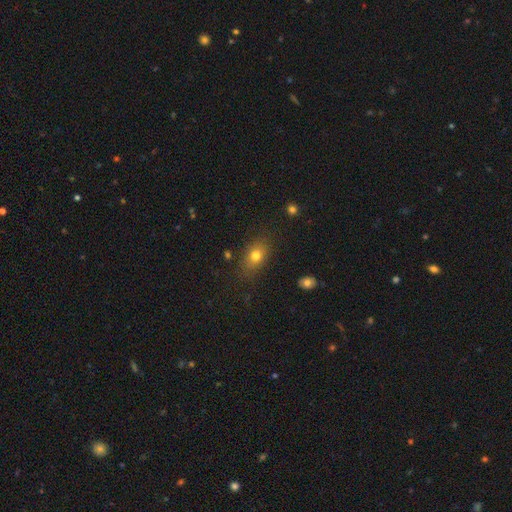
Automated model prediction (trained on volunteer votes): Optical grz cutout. It shows a smooth galaxy with no disk features (76%) that is in between round and cigar-shaped (72%). Merging: none (78%).